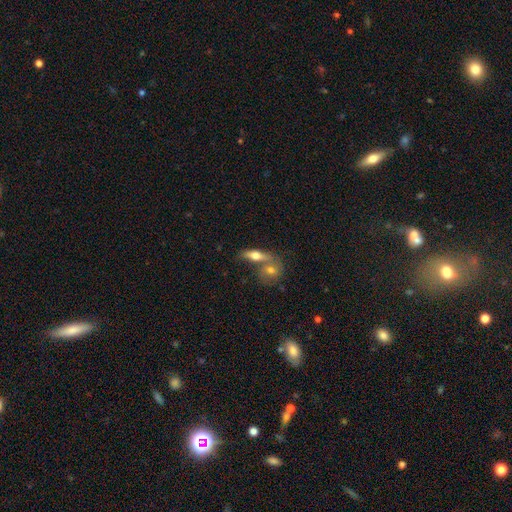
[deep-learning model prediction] Smooth or featured: smooth — 58% (featured or disk — 35%)
How rounded: in between — 57% (cigar-shaped — 35%)
Merging: merger — 46% (none — 40%)